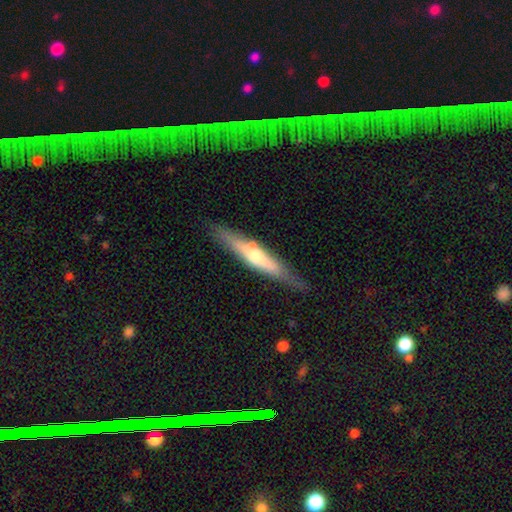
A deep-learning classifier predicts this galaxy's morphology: This is possibly a featured or disk galaxy (57%). It is clearly viewed edge-on (91%). Edge-on bulge: clearly rounded (82%). Merging: likely none (75%).